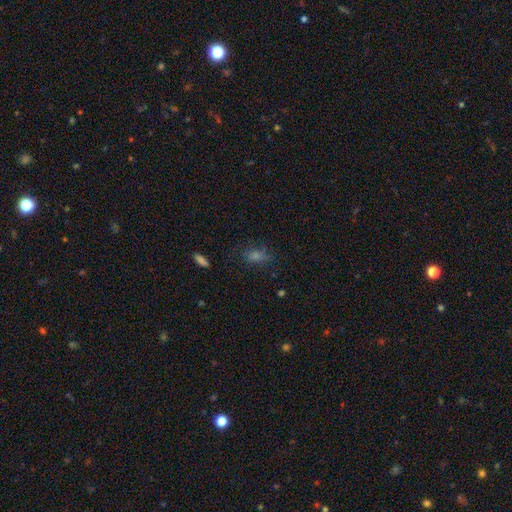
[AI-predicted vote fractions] Smooth or featured?
  - smooth: 55% *
  - star or artifact: 30%
  - featured or disk: 15%
How rounded?
  - in between: 73% *
  - round: 15%
  - cigar-shaped: 12%
Merging?
  - none: 73% *
  - minor disturbance: 17%
  - major disturbance: 8%
  - merger: 2%